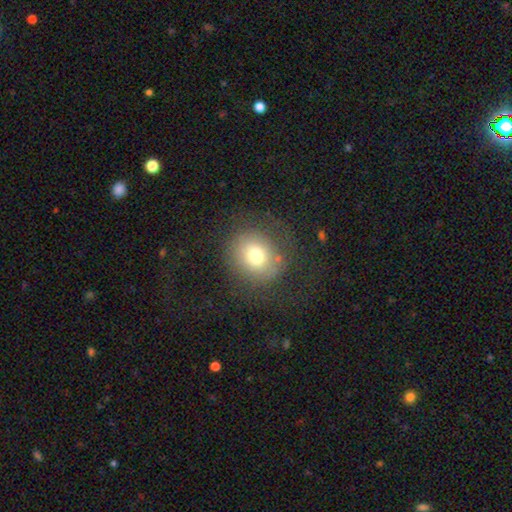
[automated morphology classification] smooth 70%, featured or disk 17%, star or artifact 13%. Down the decision tree: how rounded — round (81%); merging — none (71%).